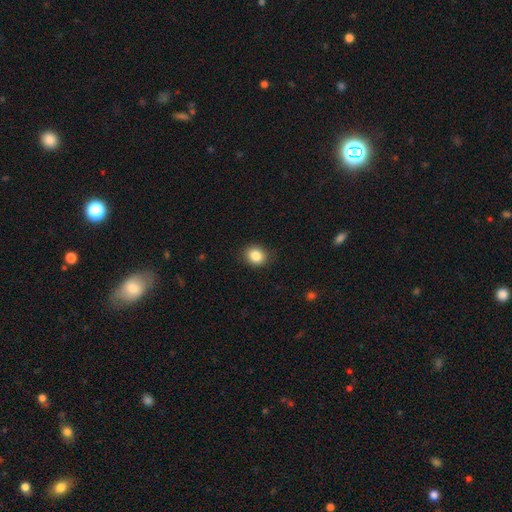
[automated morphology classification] Smooth or featured? smooth (85%)
How rounded? round (67%)
Merging? none (88%)